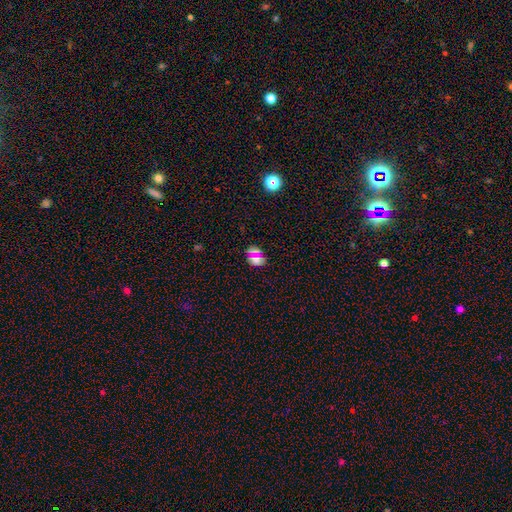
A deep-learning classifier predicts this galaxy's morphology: Overall: smooth (60%; star or artifact 27%). How rounded: in between (51%; round 46%). Merging: none (69%).